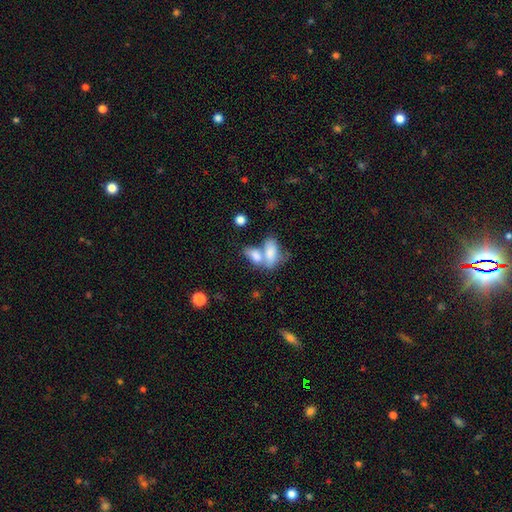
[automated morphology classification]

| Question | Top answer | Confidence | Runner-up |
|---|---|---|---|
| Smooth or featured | smooth | 78% | featured or disk (14%) |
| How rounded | in between | 87% | cigar-shaped (7%) |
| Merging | merger | 65% | none (22%) |